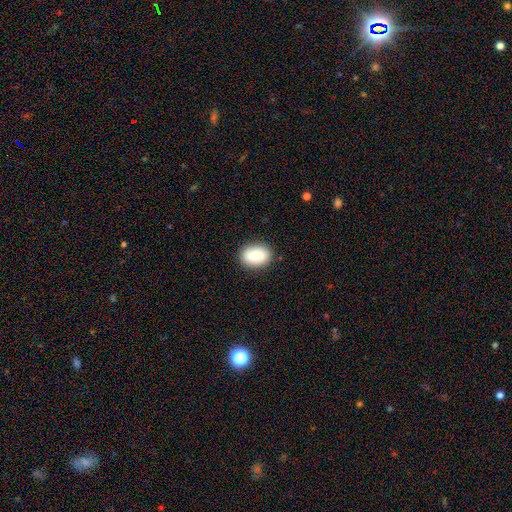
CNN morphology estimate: A smooth galaxy with no disk features (81%) that is in between round and cigar-shaped (75%).

Vote fractions:
- Smooth or featured? smooth: 81% / featured or disk: 11% / star or artifact: 8%
- How rounded? in between: 75% / round: 24% / cigar-shaped: 1%
- Merging? none: 88% / minor disturbance: 9% / major disturbance: 2% / merger: 1%